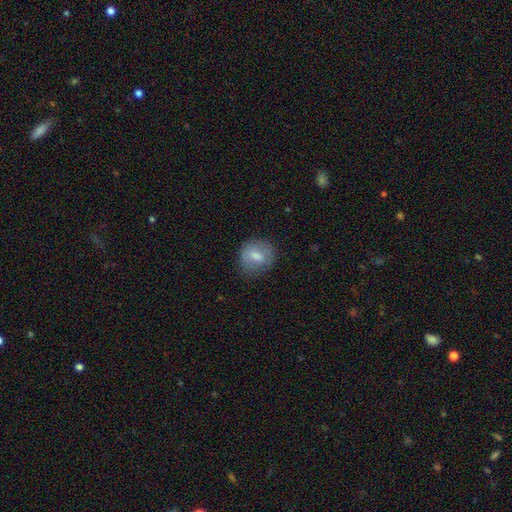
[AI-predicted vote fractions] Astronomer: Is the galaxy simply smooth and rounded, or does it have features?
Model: smooth — 62%.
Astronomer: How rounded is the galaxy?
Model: round — 64%.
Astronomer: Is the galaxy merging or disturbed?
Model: none — 73%.